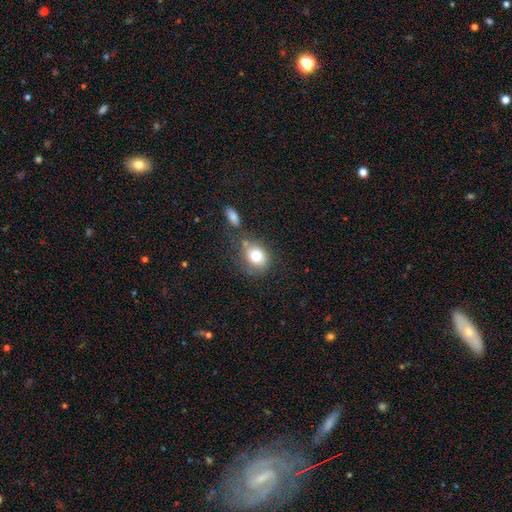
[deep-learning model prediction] Smooth or featured? Predicted: smooth (p=0.76). How rounded? Predicted: round (p=0.55). Merging? Predicted: none (p=0.57).